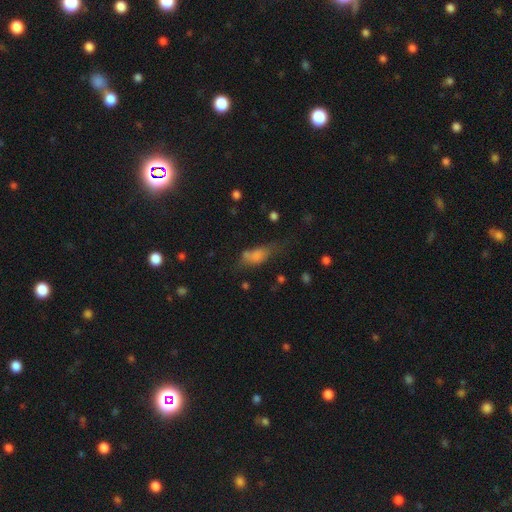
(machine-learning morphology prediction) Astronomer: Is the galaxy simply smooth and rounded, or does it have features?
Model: smooth — 72%.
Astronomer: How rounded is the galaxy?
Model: in between — 77%.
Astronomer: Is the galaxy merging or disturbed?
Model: none — 37% (runner-up: minor disturbance, 28%).